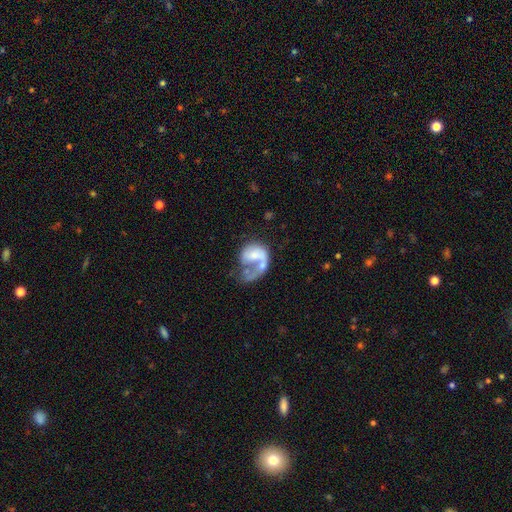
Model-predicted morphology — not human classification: Smooth or featured? Predicted: featured or disk (p=0.59). Edge-on disk? Predicted: no (p=0.98). Bar? Predicted: no (p=0.72). Spiral arms? Predicted: yes (p=0.63). Bulge size? Predicted: small (p=0.36). Merging? Predicted: major disturbance (p=0.44).